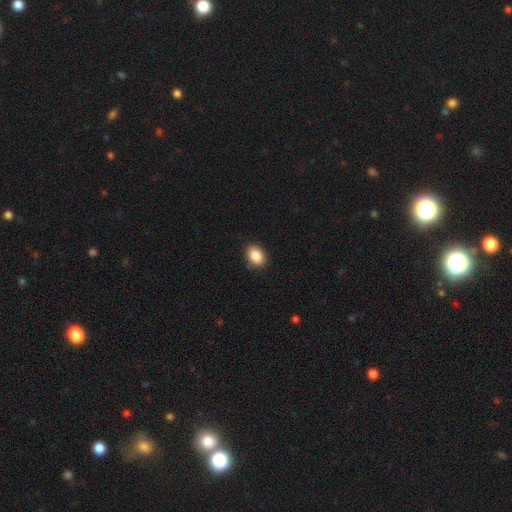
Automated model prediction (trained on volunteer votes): A smooth galaxy with no disk features (87%) that is in between round and cigar-shaped (82%).

Vote fractions:
- Smooth or featured? smooth: 87% / star or artifact: 8% / featured or disk: 5%
- How rounded? in between: 82% / round: 17% / cigar-shaped: 1%
- Merging? none: 87% / minor disturbance: 10% / major disturbance: 2% / merger: 1%